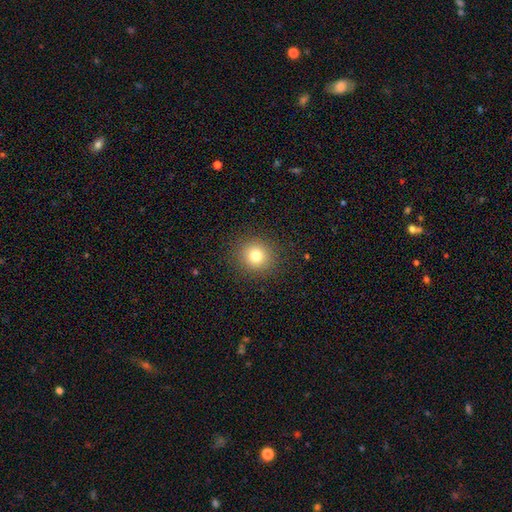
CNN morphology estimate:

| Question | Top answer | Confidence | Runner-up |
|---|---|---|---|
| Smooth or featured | smooth | 79% | star or artifact (13%) |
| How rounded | round | 91% | in between (8%) |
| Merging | none | 90% | minor disturbance (6%) |